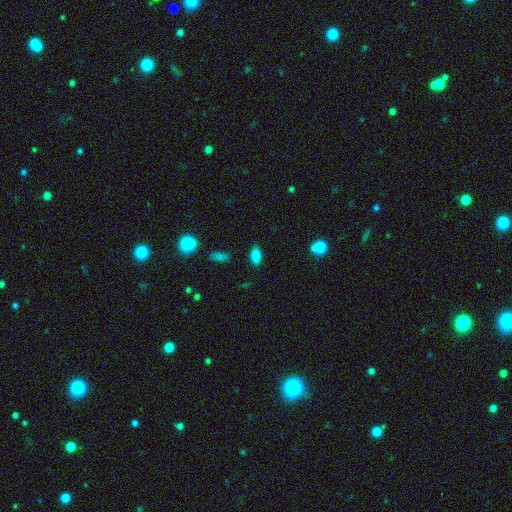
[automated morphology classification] Overall: smooth (83%). How rounded: in between (86%). Merging: none (86%).